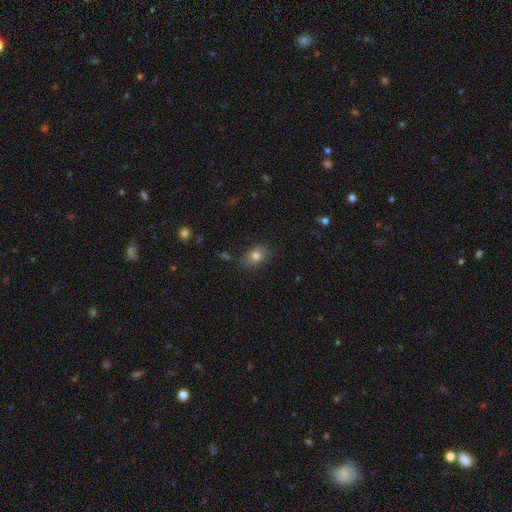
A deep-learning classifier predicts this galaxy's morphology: smooth 78%, star or artifact 11%, featured or disk 11%. Down the decision tree: how rounded — in between (72%); merging — none (77%).